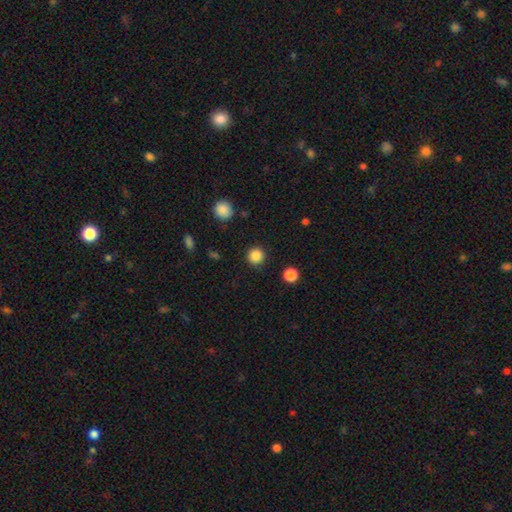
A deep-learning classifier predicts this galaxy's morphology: Q: Smooth or featured?
A: smooth (86%); runner-up: star or artifact (11%)
Q: How rounded?
A: round (94%); runner-up: in between (5%)
Q: Merging?
A: none (90%); runner-up: minor disturbance (6%)